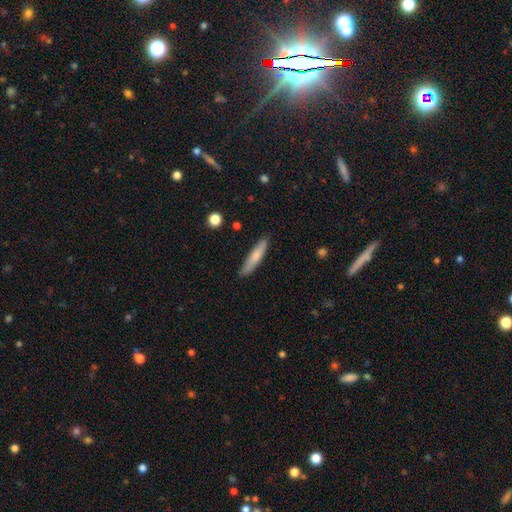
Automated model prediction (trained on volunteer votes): smooth-or-featured: smooth: 75% | featured or disk: 20% | star or artifact: 6%
  how-rounded: cigar-shaped: 88% | in between: 10% | round: 1%
  merging: none: 88% | minor disturbance: 9% | major disturbance: 2% | merger: 1%